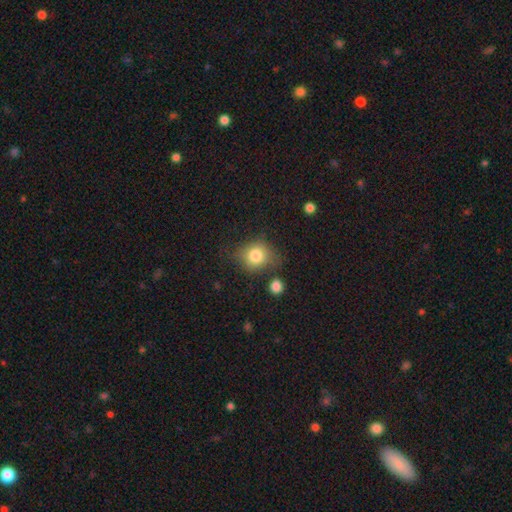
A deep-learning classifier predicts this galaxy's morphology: Overall: smooth (80%). How rounded: round (72%). Merging: none (65%).